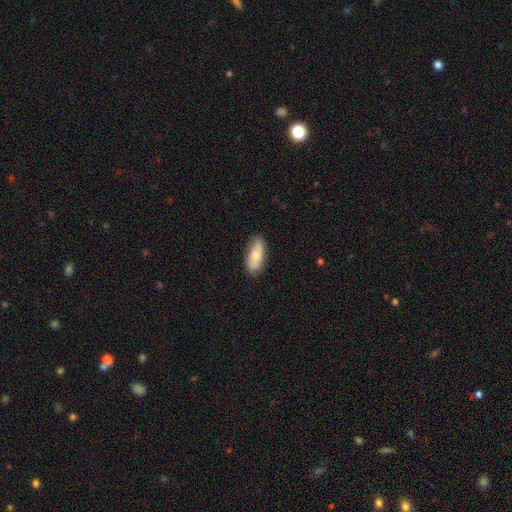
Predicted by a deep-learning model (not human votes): This is likely a smooth galaxy (69%). How rounded: clearly in between (80%). Merging: clearly none (81%).